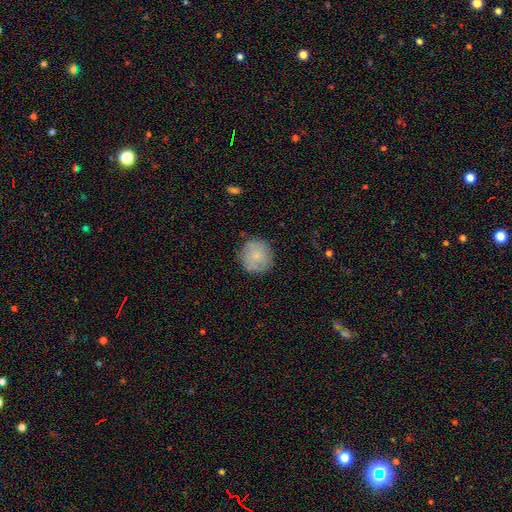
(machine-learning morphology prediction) The model was most divided on "smooth or featured": smooth: 76%, featured or disk: 17%, star or artifact: 7%. More confident: how rounded — round (92%); merging — none (83%).